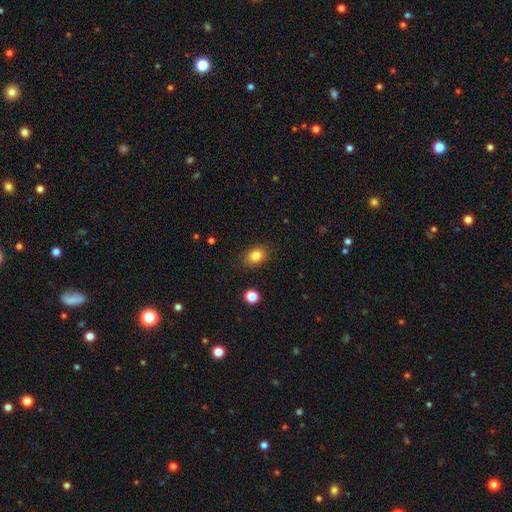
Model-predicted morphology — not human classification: This is clearly a smooth galaxy (83%). How rounded: likely in between (66%). Merging: clearly none (87%).